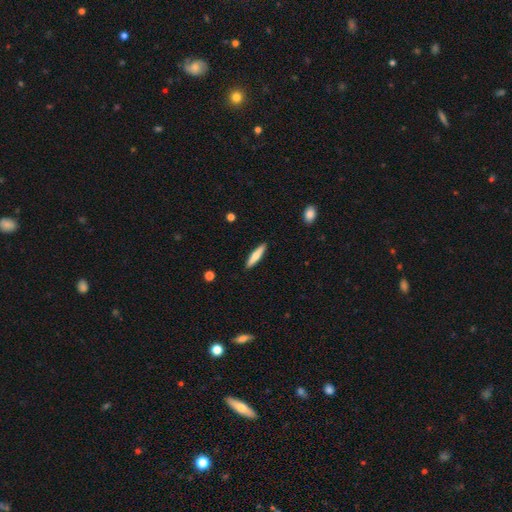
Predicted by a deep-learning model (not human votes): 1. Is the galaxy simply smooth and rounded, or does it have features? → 66% smooth, 28% featured or disk, 5% star or artifact.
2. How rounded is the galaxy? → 87% cigar-shaped, 12% in between, 1% round.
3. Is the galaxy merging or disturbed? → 91% none, 7% minor disturbance, 1% major disturbance, 1% merger.